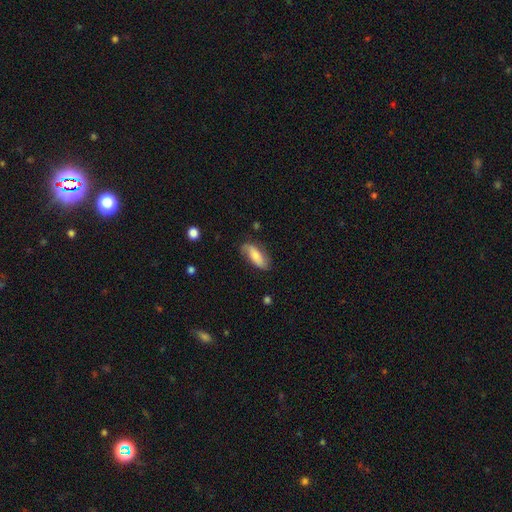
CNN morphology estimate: smooth_or_featured: smooth (p=0.59) [alt: featured or disk p=0.34]
how_rounded: in between (p=0.79) [alt: cigar-shaped p=0.18]
merging: none (p=0.67) [alt: minor disturbance p=0.24]